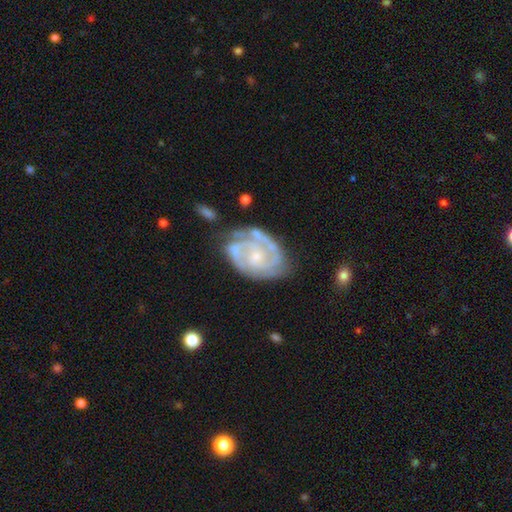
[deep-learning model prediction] Q: Smooth or featured?
A: featured or disk (88%); runner-up: smooth (7%)
Q: Edge-on disk?
A: no (98%); runner-up: yes (2%)
Q: Bar?
A: no (66%); runner-up: weak (27%)
Q: Spiral arms?
A: yes (96%); runner-up: no (4%)
Q: Spiral winding?
A: tight (66%); runner-up: medium (29%)
Q: Spiral arm count?
A: 2 (51%); runner-up: 3 (21%)
Q: Bulge size?
A: small (64%); runner-up: moderate (29%)
Q: Merging?
A: none (66%); runner-up: minor disturbance (22%)